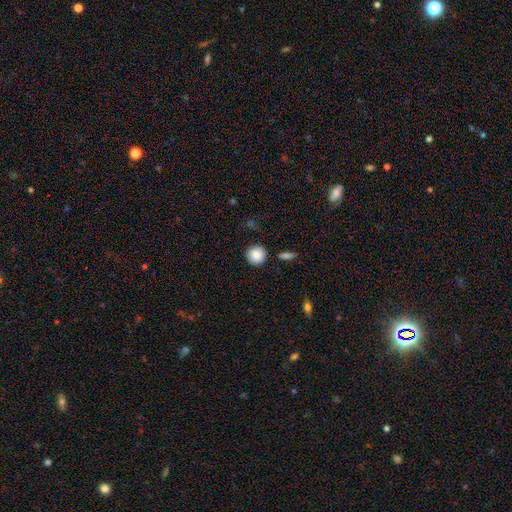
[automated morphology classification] smooth_or_featured: smooth (p=0.87) [alt: star or artifact p=0.08]
how_rounded: round (p=0.92) [alt: in between p=0.07]
merging: none (p=0.87) [alt: minor disturbance p=0.08]